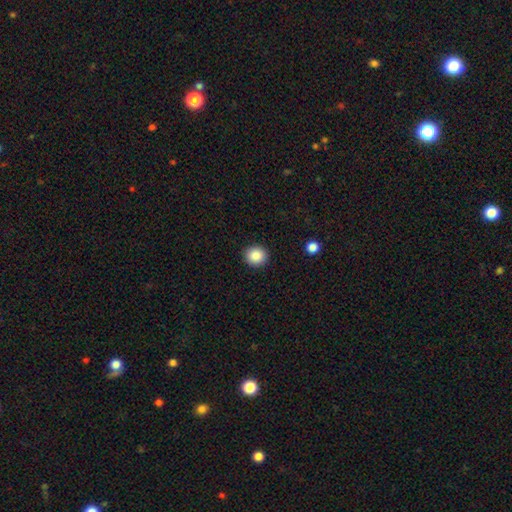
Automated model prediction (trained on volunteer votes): Smooth or featured? Predicted: smooth (p=0.87). How rounded? Predicted: round (p=0.83). Merging? Predicted: none (p=0.91).